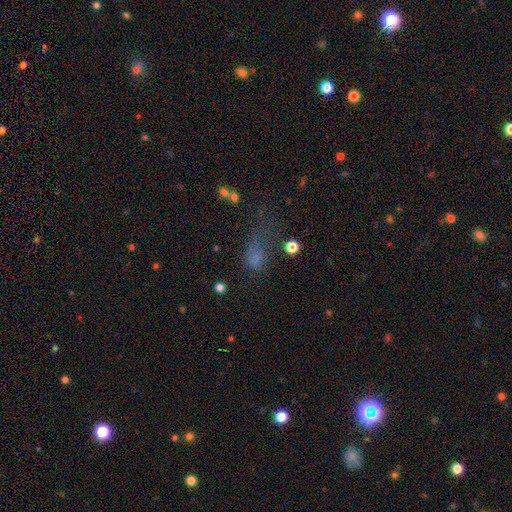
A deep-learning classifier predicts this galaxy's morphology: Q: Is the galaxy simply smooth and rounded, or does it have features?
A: smooth — 52%.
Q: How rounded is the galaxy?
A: in between — 68%.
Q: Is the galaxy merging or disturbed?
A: major disturbance — 47%.